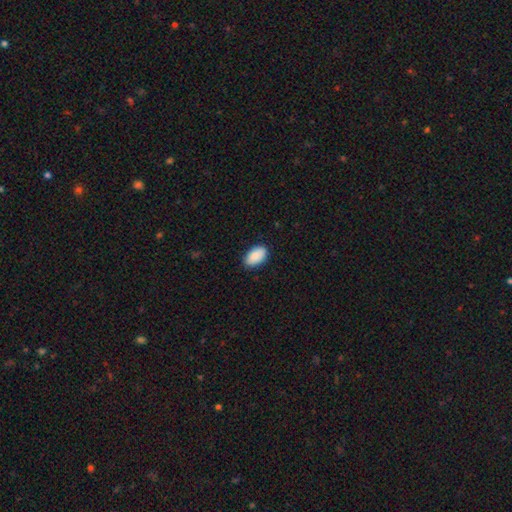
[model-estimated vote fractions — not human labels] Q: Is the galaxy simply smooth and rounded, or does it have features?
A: smooth — 87%.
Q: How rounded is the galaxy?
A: in between — 94%.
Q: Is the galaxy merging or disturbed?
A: none — 85%.